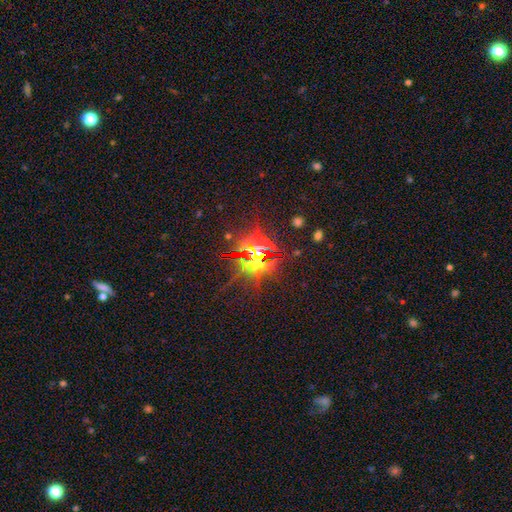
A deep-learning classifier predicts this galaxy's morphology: The model was most divided on "smooth or featured": star or artifact: 80%, smooth: 10%, featured or disk: 10%.